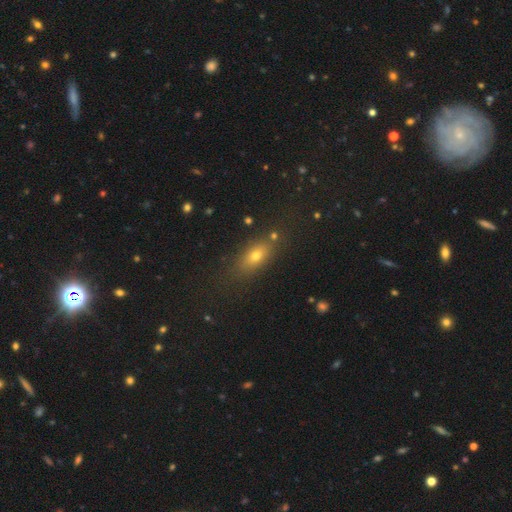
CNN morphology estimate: Smooth or featured?
  - smooth: 68% *
  - featured or disk: 17%
  - star or artifact: 15%
How rounded?
  - in between: 70% *
  - cigar-shaped: 18%
  - round: 12%
Merging?
  - none: 77% *
  - minor disturbance: 13%
  - major disturbance: 5%
  - merger: 5%